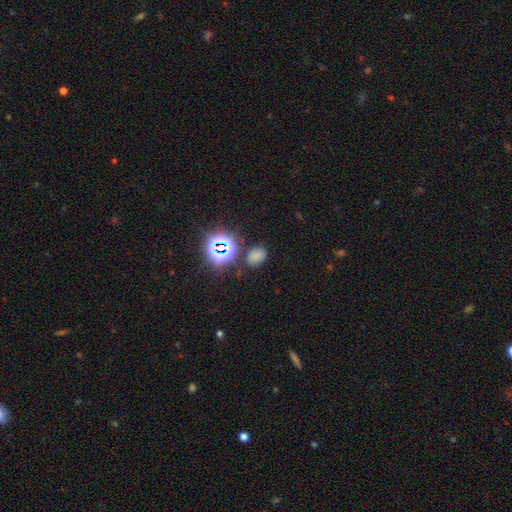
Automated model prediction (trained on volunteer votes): This is likely a smooth galaxy (63%). How rounded: likely in between (64%). Merging: likely none (76%).